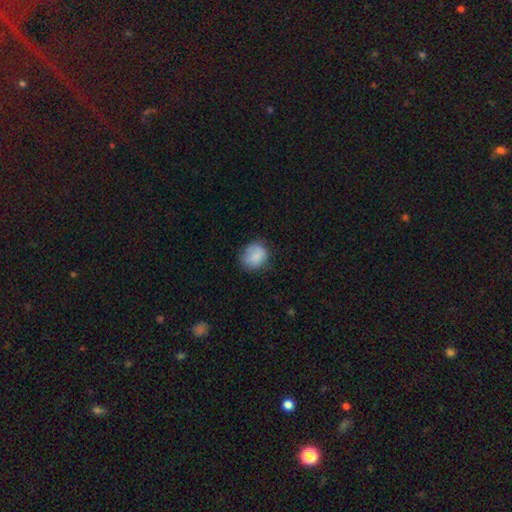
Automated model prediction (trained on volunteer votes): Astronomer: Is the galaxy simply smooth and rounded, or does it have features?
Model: smooth — 83%.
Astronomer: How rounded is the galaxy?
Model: round — 68%.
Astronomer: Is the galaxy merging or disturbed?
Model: none — 69%.